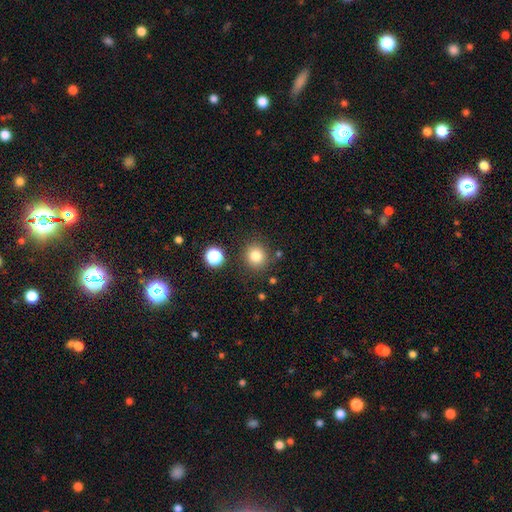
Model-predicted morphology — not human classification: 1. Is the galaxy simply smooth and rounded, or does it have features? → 81% smooth, 13% star or artifact, 7% featured or disk.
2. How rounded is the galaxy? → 91% round, 8% in between, 1% cigar-shaped.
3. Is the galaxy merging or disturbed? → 84% none, 8% minor disturbance, 4% merger, 3% major disturbance.